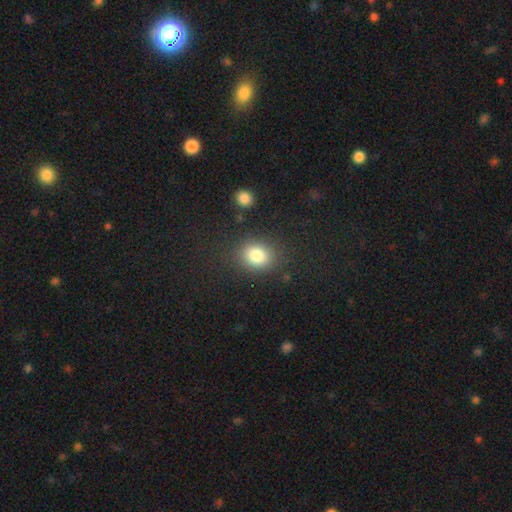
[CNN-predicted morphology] Q: Smooth or featured?
A: smooth (74%); runner-up: star or artifact (20%)
Q: How rounded?
A: round (65%); runner-up: in between (33%)
Q: Merging?
A: none (87%); runner-up: minor disturbance (8%)